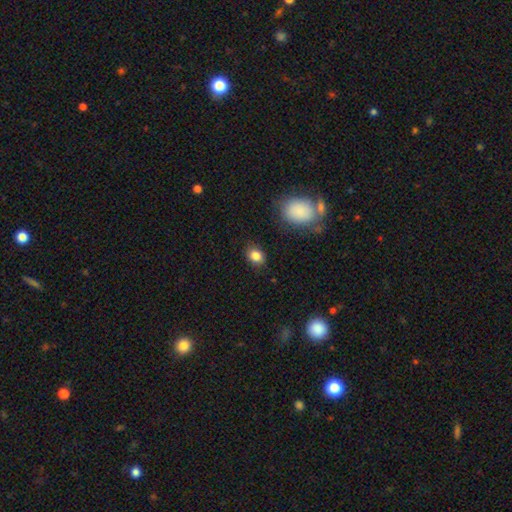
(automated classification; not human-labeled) The model was most divided on "how rounded": in between: 62%, round: 36%, cigar-shaped: 1%. More confident: smooth or featured — smooth (84%); merging — none (83%).